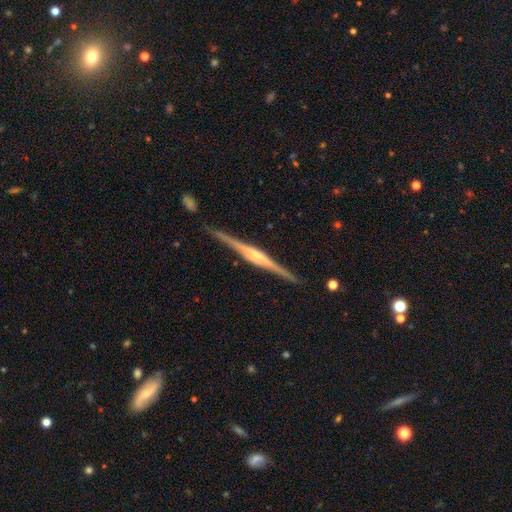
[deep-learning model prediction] This is clearly a featured or disk galaxy (86%). It is clearly viewed edge-on (98%). Edge-on bulge: likely rounded (67%). Merging: clearly none (89%).